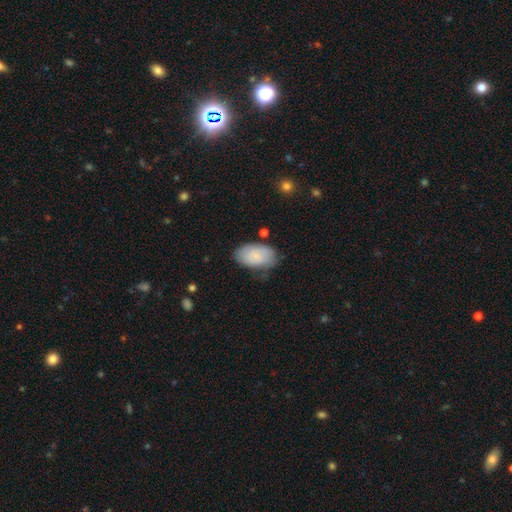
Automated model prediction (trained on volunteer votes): Smooth or featured? smooth (78%)
How rounded? in between (94%)
Merging? none (67%)